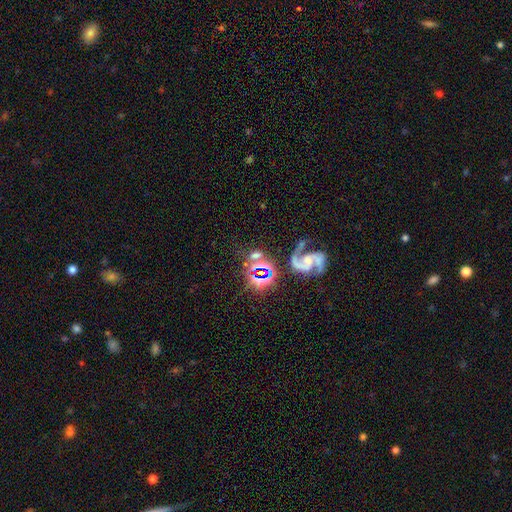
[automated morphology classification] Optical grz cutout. It shows a featured or disk galaxy (40%). Merging: none (55%).